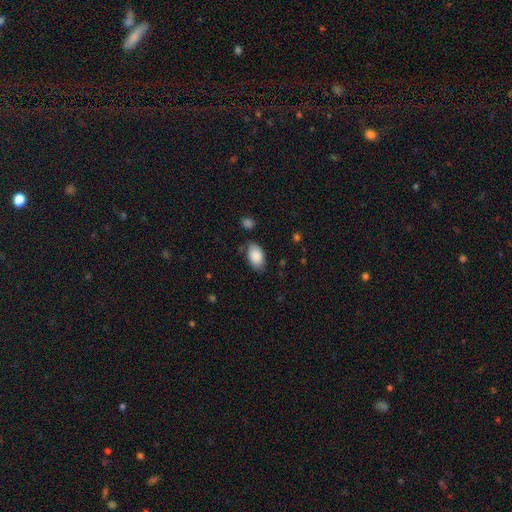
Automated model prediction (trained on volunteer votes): Smooth or featured: smooth — 86% (featured or disk — 7%)
How rounded: in between — 93% (round — 6%)
Merging: none — 70% (minor disturbance — 21%)